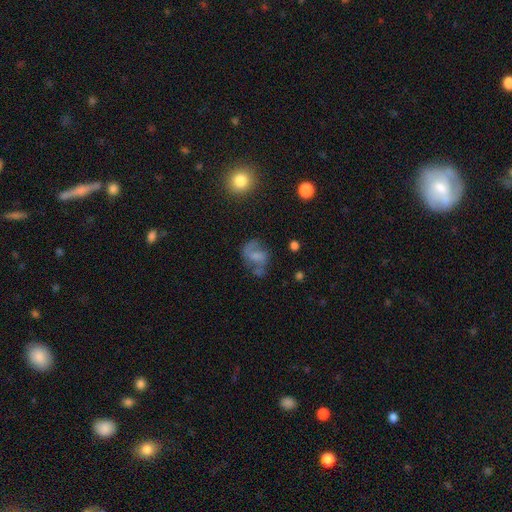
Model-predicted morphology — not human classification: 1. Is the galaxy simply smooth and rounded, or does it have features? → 60% featured or disk, 29% smooth, 11% star or artifact.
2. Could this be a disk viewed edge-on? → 97% no, 3% yes.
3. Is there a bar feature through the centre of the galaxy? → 44% weak, 43% no, 13% strong.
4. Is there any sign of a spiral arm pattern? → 83% yes, 17% no.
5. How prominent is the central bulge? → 34% small, 30% moderate, 29% none, 6% large, 2% dominant.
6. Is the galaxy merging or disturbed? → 52% none, 23% minor disturbance, 18% major disturbance, 6% merger.